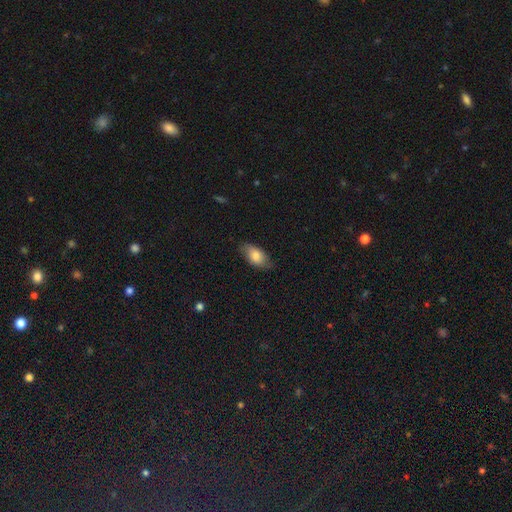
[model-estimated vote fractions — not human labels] Smooth or featured: smooth — 75% (featured or disk — 18%)
How rounded: in between — 91% (cigar-shaped — 5%)
Merging: none — 73% (minor disturbance — 22%)